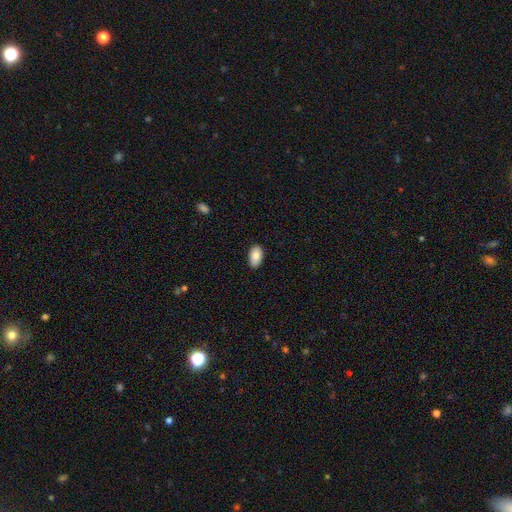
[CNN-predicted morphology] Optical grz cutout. It shows a smooth galaxy with no disk features (86%) that is in between round and cigar-shaped (94%). Merging: none (88%).